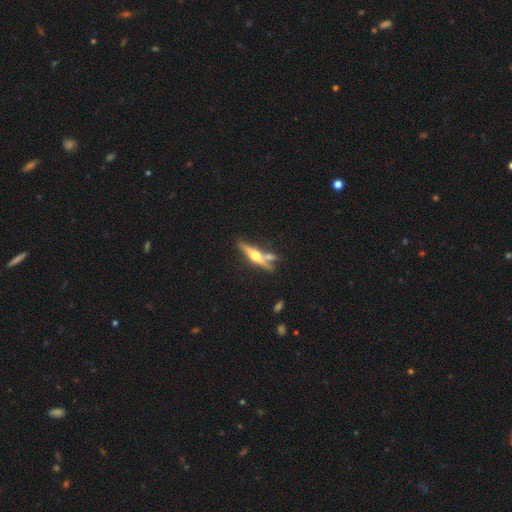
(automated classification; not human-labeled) A featured or disk galaxy (69%) viewed edge-on (96%) with a rounded central bulge (93%).

Vote fractions:
- Smooth or featured? featured or disk: 69% / smooth: 25% / star or artifact: 6%
- Edge-on disk? yes: 96% / no: 4%
- Edge-on bulge? rounded: 93% / boxy: 4% / none: 3%
- Merging? none: 63% / merger: 21% / minor disturbance: 13% / major disturbance: 4%